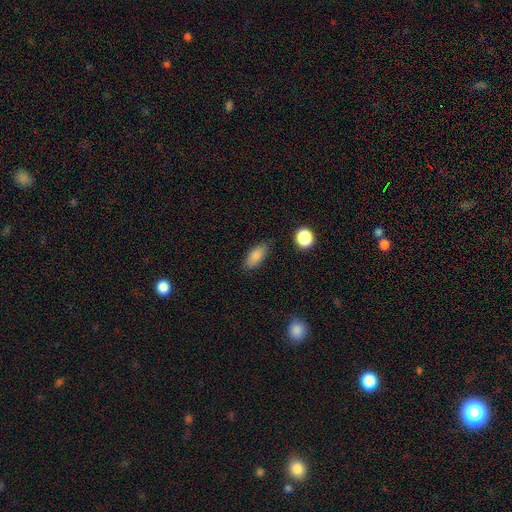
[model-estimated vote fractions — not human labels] This is clearly a smooth galaxy (84%). How rounded: clearly in between (83%). Merging: clearly none (81%).